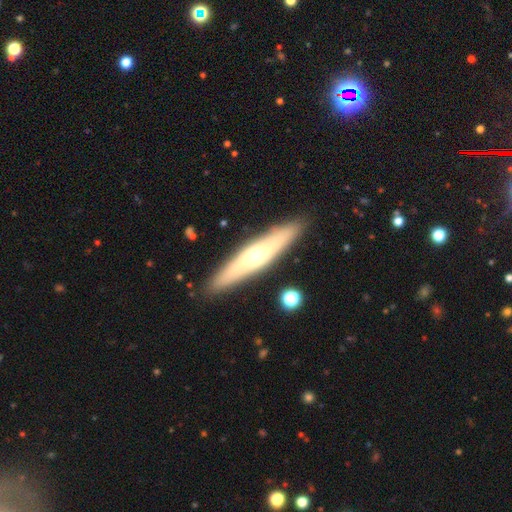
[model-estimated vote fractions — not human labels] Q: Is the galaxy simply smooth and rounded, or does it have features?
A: featured or disk — 58%.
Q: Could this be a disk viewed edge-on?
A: yes — 80%.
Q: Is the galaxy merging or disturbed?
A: none — 88%.